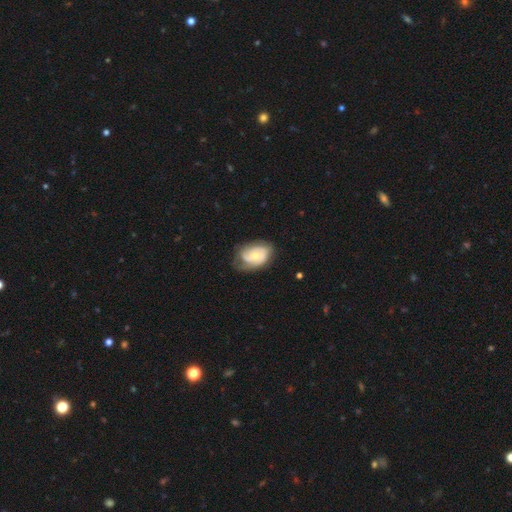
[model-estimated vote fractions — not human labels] Smooth or featured? Predicted: featured or disk (p=0.64). Edge-on disk? Predicted: no (p=0.96). Bar? Predicted: no (p=0.73). Spiral arms? Predicted: yes (p=0.83). Spiral winding? Predicted: tight (p=0.49). Spiral arm count? Predicted: 2 (p=0.44). Bulge size? Predicted: moderate (p=0.50). Merging? Predicted: none (p=0.56).